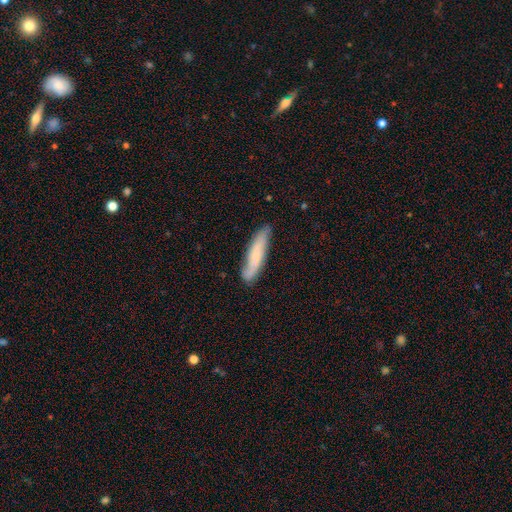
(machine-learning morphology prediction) smooth_or_featured: smooth (p=0.55) [alt: featured or disk p=0.38]
how_rounded: cigar-shaped (p=0.81) [alt: in between p=0.17]
merging: none (p=0.77) [alt: minor disturbance p=0.18]